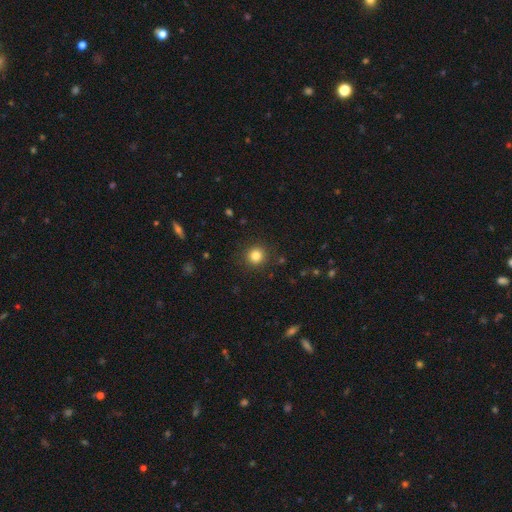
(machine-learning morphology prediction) smooth 83%, star or artifact 12%, featured or disk 5%. Down the decision tree: how rounded — round (93%); merging — none (90%).